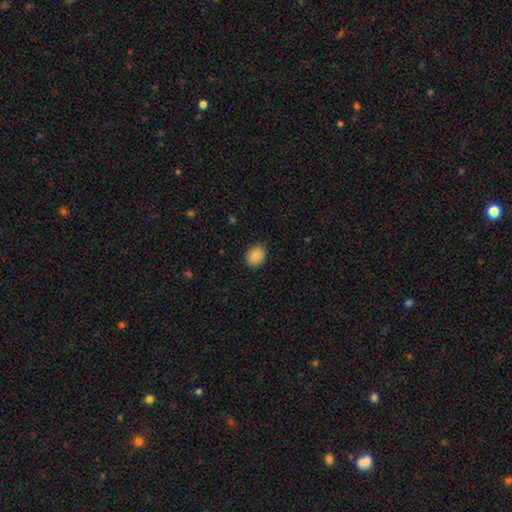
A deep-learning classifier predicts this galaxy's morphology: The model was most divided on "how rounded": round: 51%, in between: 49%, cigar-shaped: 1%. More confident: merging — none (88%); smooth or featured — smooth (88%).